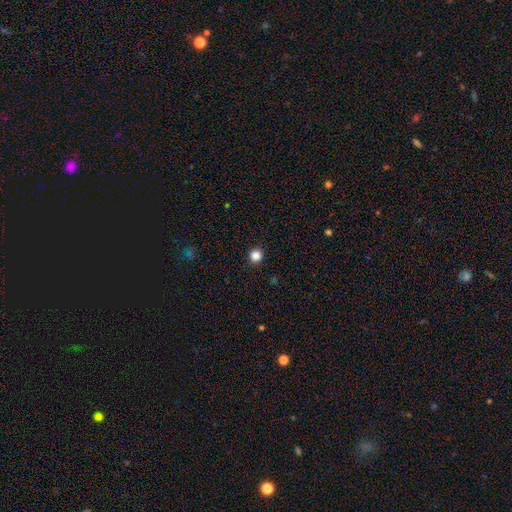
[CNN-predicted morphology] type=smooth (85%); roundness=round (95%); merging=none (93%).